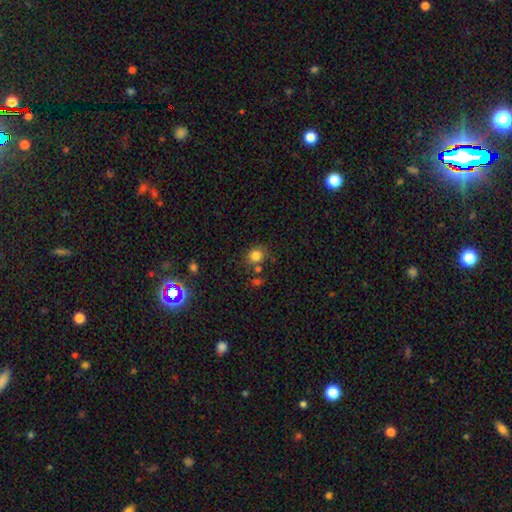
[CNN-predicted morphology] Smooth or featured: smooth — 81% (star or artifact — 13%)
How rounded: round — 76% (in between — 23%)
Merging: none — 71% (minor disturbance — 14%)